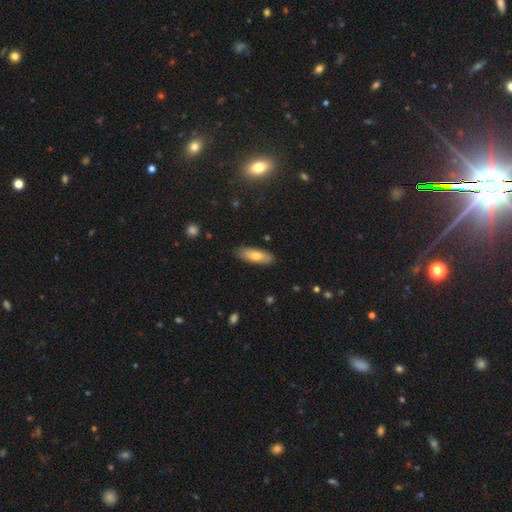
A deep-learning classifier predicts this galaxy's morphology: This is likely a smooth galaxy (72%). How rounded: likely in between (63%). Merging: clearly none (85%).